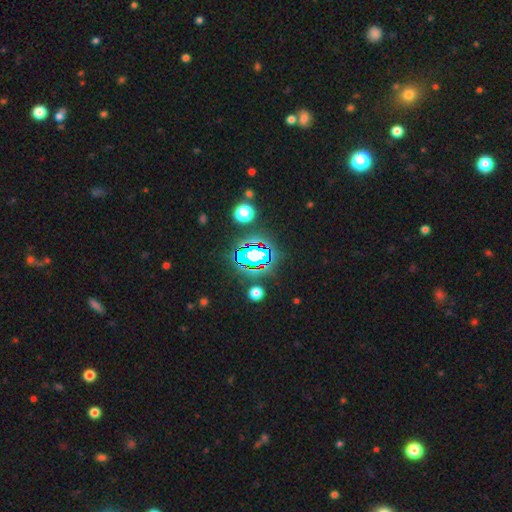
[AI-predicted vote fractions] Smooth or featured?
  - star or artifact: 70% *
  - smooth: 18%
  - featured or disk: 12%